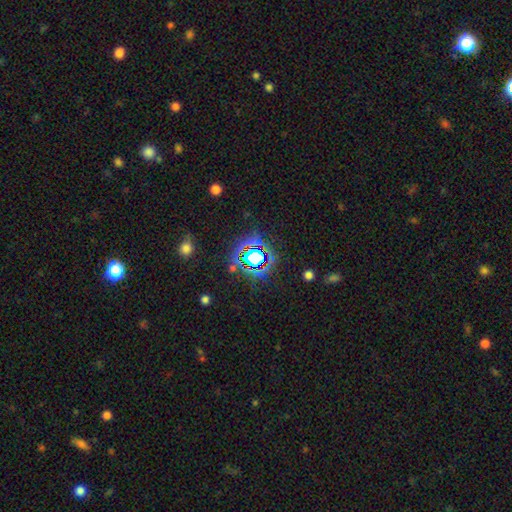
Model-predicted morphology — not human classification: smooth-or-featured: star or artifact: 70% | smooth: 18% | featured or disk: 12%